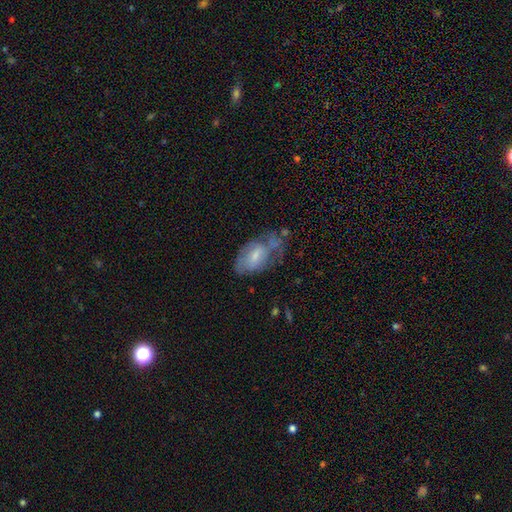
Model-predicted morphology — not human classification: A featured or disk galaxy (48%). Merging: none (34%).